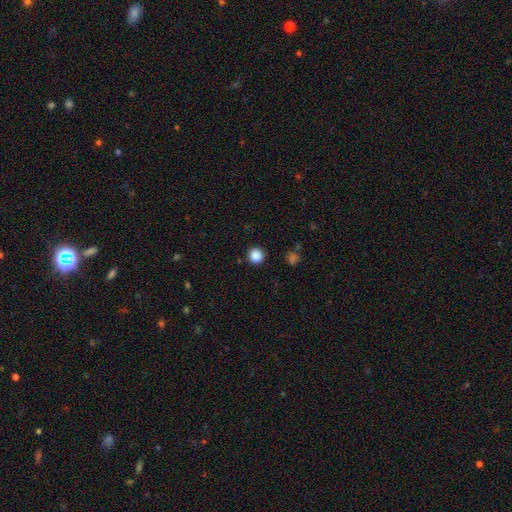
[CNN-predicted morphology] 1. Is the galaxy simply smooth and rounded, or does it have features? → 87% smooth, 11% star or artifact, 3% featured or disk.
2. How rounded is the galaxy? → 95% round, 4% in between, 1% cigar-shaped.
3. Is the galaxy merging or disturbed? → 92% none, 5% minor disturbance, 2% major disturbance, 1% merger.